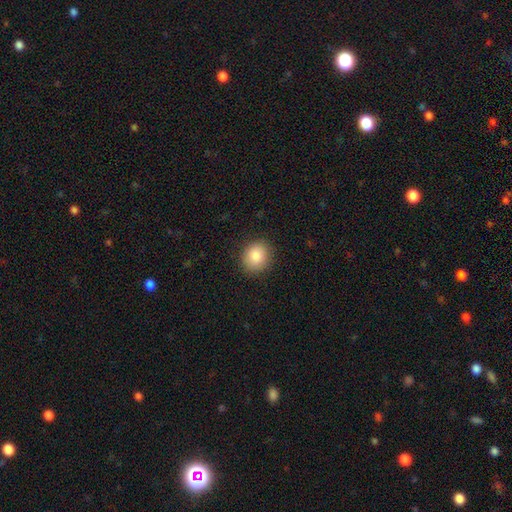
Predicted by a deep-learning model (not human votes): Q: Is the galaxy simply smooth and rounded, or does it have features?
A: smooth — 86%.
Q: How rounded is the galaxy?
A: round — 76%.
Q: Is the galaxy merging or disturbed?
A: none — 89%.